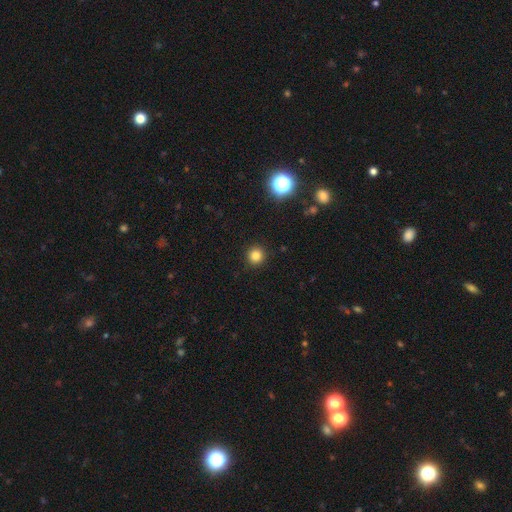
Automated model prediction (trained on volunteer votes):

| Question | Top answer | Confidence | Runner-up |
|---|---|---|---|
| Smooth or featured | smooth | 82% | star or artifact (14%) |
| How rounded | round | 94% | in between (5%) |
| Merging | none | 92% | minor disturbance (5%) |